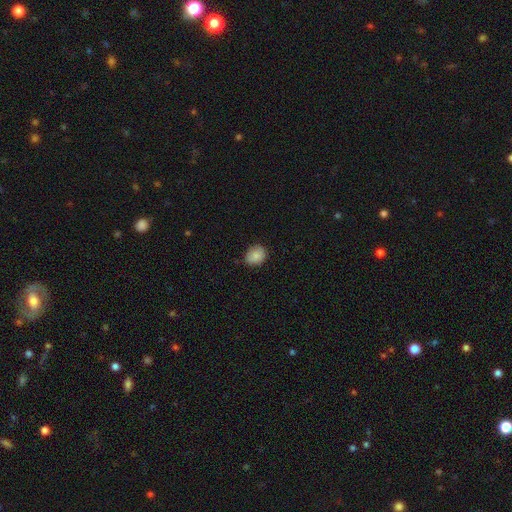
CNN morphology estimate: A smooth galaxy with no disk features (86%) that is round (57%). Merging: none (75%).